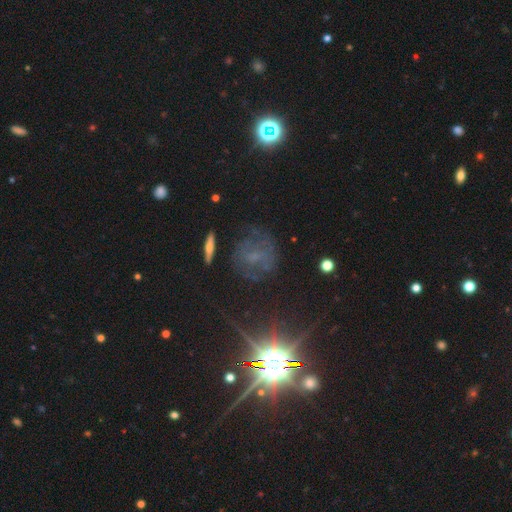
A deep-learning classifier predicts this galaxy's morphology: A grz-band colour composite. It shows a featured or disk galaxy (36%, tied with star or artifact). Merging: none (64%).